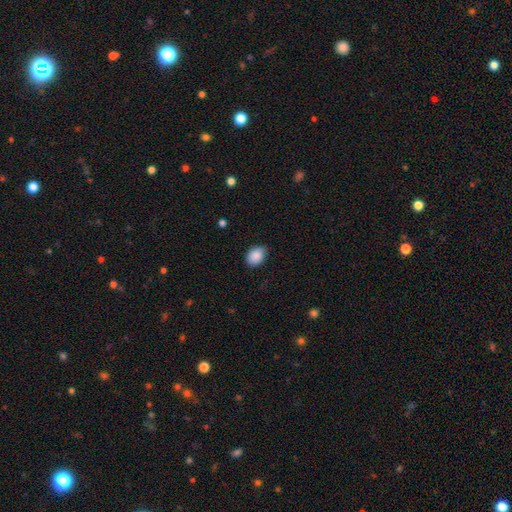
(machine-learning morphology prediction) type=smooth (89%); roundness=in between (75%); merging=none (81%).